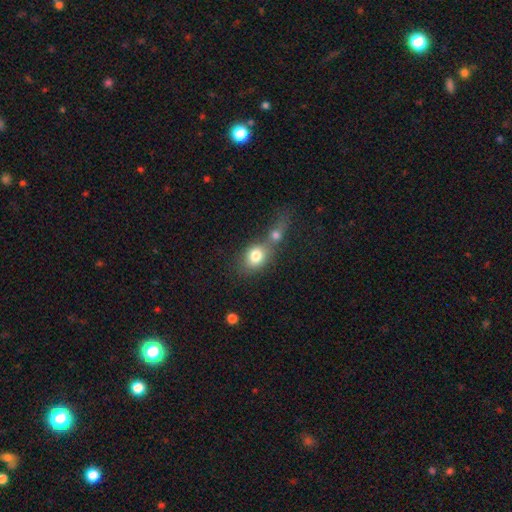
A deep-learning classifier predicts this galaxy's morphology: Smooth or featured?
  - smooth: 79% *
  - featured or disk: 12%
  - star or artifact: 10%
How rounded?
  - round: 49% * (tied)
  - in between: 49% * (tied)
  - cigar-shaped: 2%
Merging?
  - merger: 56% *
  - none: 30%
  - minor disturbance: 8%
  - major disturbance: 5%